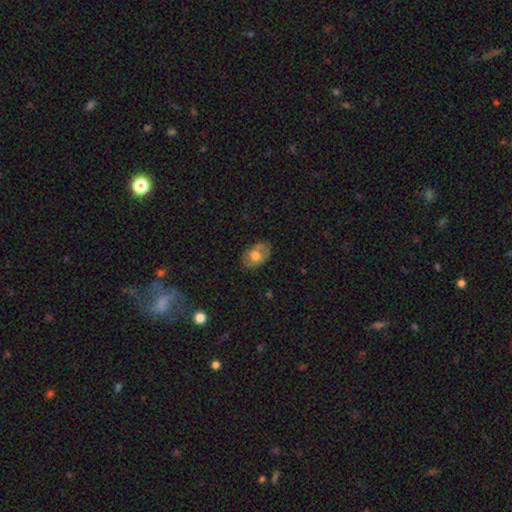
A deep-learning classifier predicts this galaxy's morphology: The model was most divided on "smooth or featured": smooth: 63%, featured or disk: 30%, star or artifact: 7%. More confident: how rounded — in between (85%); merging — none (80%).